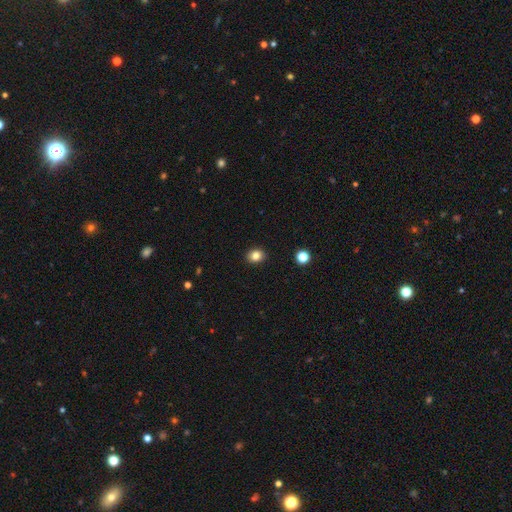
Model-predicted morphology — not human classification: Smooth or featured? smooth (83%)
How rounded? round (56%)
Merging? none (91%)